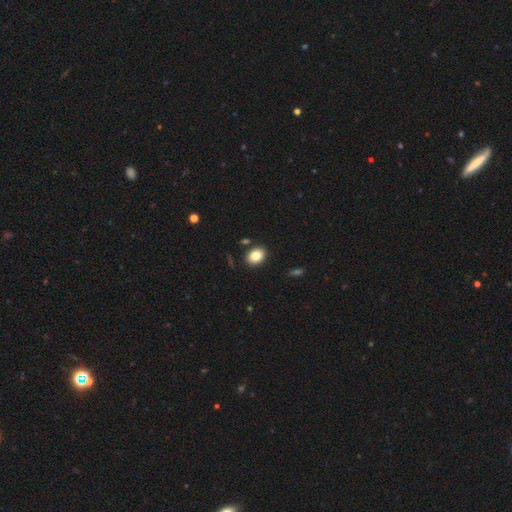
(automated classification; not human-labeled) smooth_or_featured: smooth (p=0.84) [alt: star or artifact p=0.08]
how_rounded: in between (p=0.70) [alt: round p=0.29]
merging: none (p=0.87) [alt: minor disturbance p=0.08]